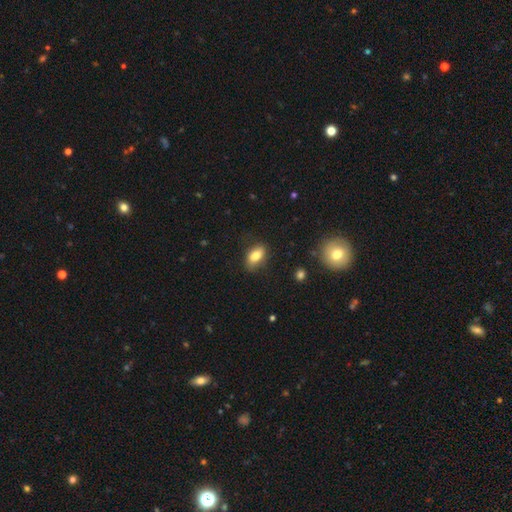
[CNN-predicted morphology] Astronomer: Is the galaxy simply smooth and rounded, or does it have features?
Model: smooth — 81%.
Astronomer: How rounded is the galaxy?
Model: in between — 88%.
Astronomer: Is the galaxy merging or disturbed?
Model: none — 77%.